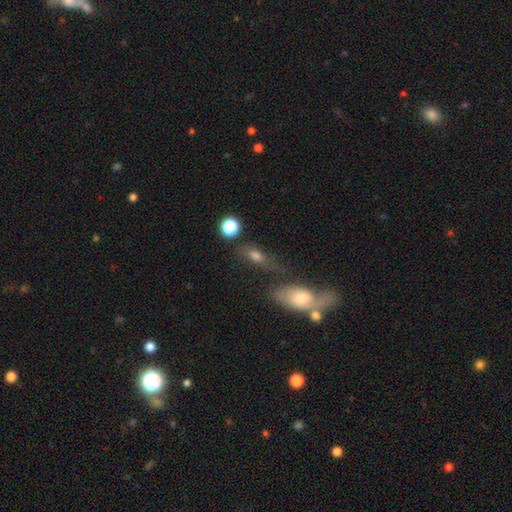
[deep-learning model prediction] A smooth galaxy with no disk features (64%) that is in between round and cigar-shaped (67%). Merging: none (47%).